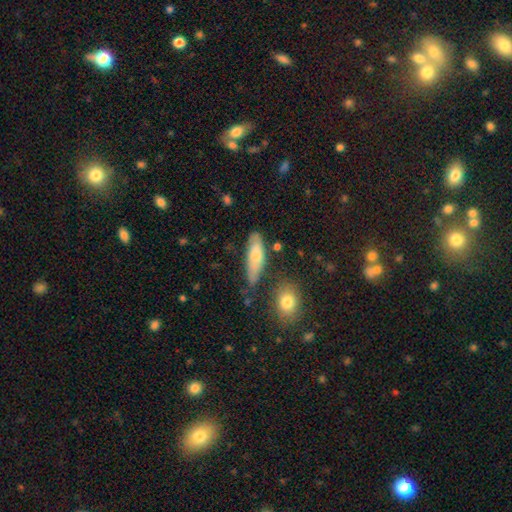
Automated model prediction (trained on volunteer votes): smooth 71%, featured or disk 22%, star or artifact 7%. Down the decision tree: how rounded — in between (56%); merging — none (64%).